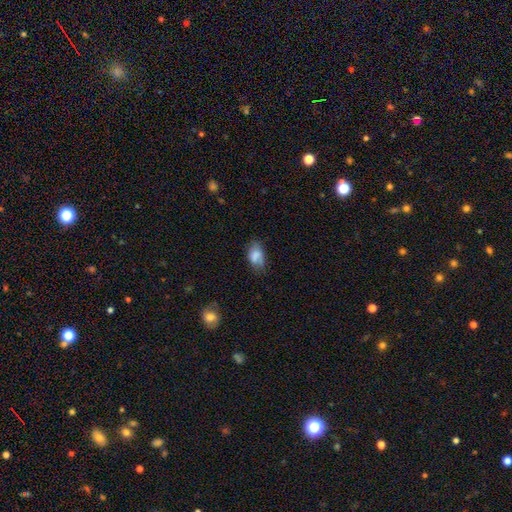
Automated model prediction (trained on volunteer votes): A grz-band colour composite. It shows a smooth galaxy with no disk features (75%) that is in between round and cigar-shaped (89%). Merging: none (54%).